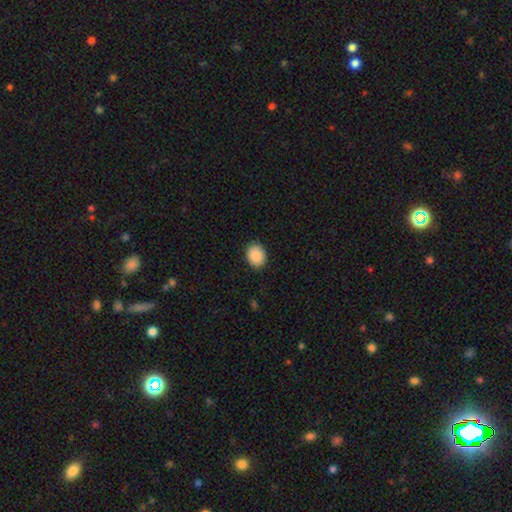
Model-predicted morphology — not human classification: Smooth or featured? Predicted: smooth (p=0.90). How rounded? Predicted: round (p=0.50, tied with in between). Merging? Predicted: none (p=0.88).